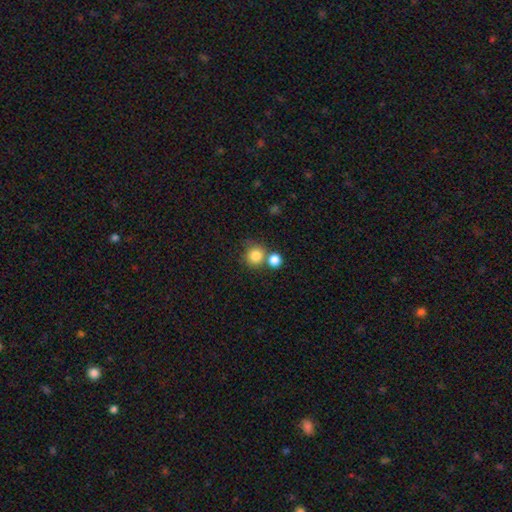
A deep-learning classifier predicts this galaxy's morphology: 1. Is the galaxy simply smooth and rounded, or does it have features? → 82% smooth, 11% star or artifact, 7% featured or disk.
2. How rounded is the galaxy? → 89% round, 10% in between, 1% cigar-shaped.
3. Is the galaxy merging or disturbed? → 59% none, 29% merger, 9% minor disturbance, 4% major disturbance.